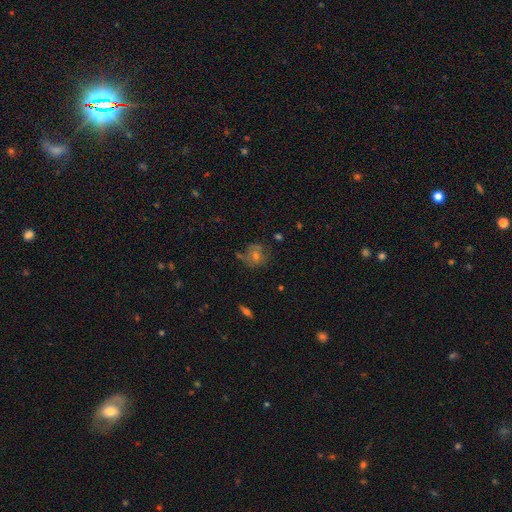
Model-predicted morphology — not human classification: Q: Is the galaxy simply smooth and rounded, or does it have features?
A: smooth — 43%.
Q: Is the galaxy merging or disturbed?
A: none — 69%.